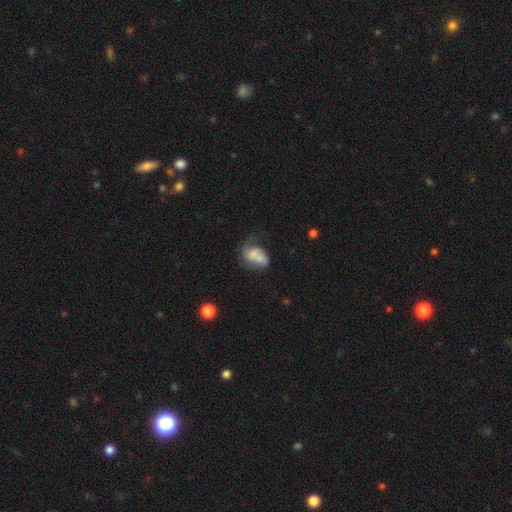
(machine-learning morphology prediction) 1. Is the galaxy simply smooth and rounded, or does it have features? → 46% featured or disk, 45% smooth, 9% star or artifact.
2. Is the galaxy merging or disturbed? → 28% major disturbance (tied), 28% none (tied), 24% minor disturbance, 20% merger.